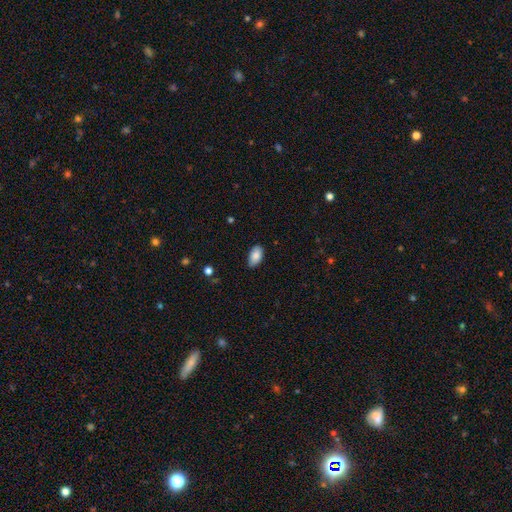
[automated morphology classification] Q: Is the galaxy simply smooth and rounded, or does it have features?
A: smooth — 85%.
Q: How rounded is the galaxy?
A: in between — 94%.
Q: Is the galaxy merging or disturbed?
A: none — 84%.